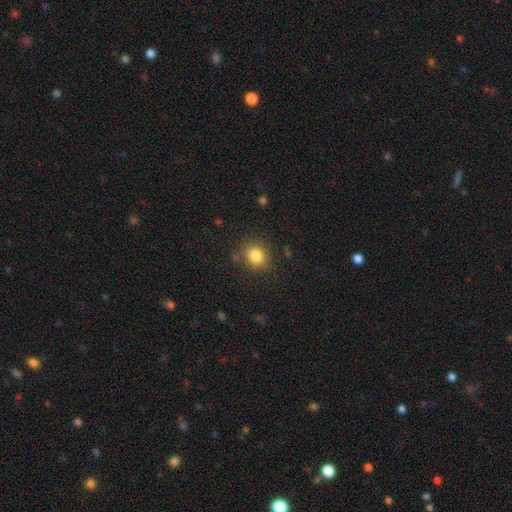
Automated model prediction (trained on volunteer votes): Morphology: type=smooth (83%); roundness=round (75%); merging=none (82%).